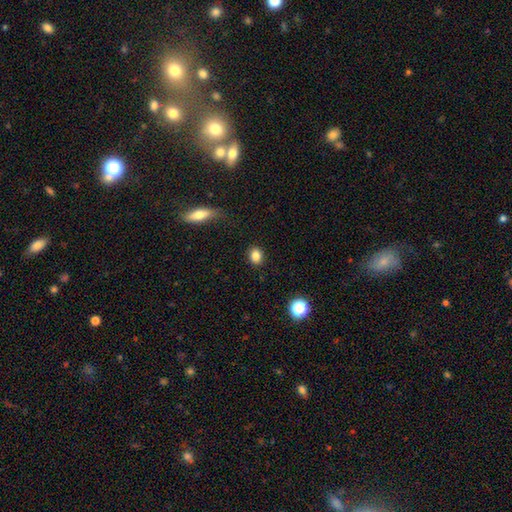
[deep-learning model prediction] Smooth or featured: smooth — 84% (star or artifact — 10%)
How rounded: round — 51% (in between — 48%)
Merging: none — 89% (minor disturbance — 8%)